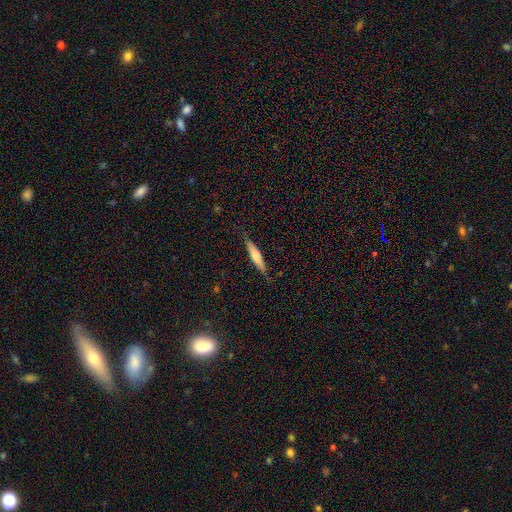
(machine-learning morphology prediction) Q: Smooth or featured?
A: smooth (61%); runner-up: featured or disk (33%)
Q: How rounded?
A: cigar-shaped (86%); runner-up: in between (13%)
Q: Merging?
A: none (82%); runner-up: minor disturbance (14%)